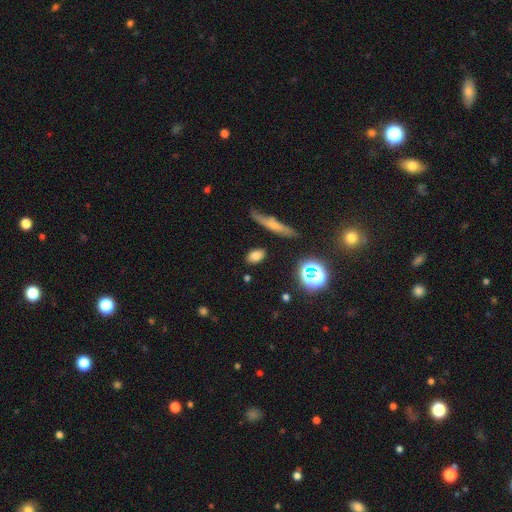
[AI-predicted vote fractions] smooth 75%, star or artifact 15%, featured or disk 9%. Down the decision tree: how rounded — in between (80%); merging — none (83%).